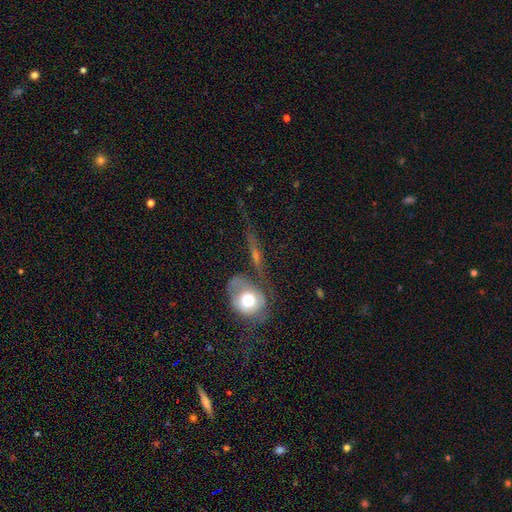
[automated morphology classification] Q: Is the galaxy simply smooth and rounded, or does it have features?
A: featured or disk — 48%.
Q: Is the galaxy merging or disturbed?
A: none — 45%.